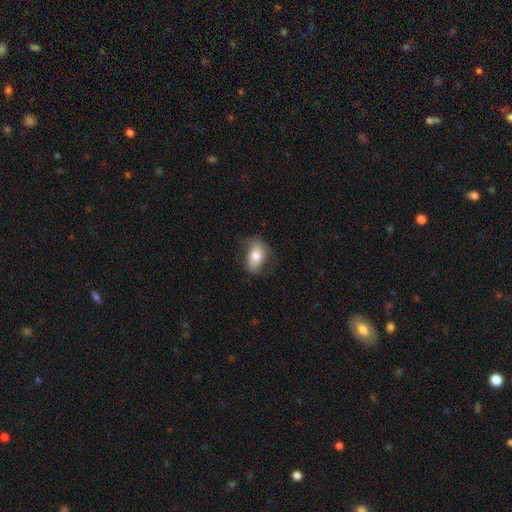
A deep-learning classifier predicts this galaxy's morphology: Smooth or featured: smooth — 69% (featured or disk — 24%)
How rounded: in between — 85% (round — 13%)
Merging: none — 65% (minor disturbance — 24%)